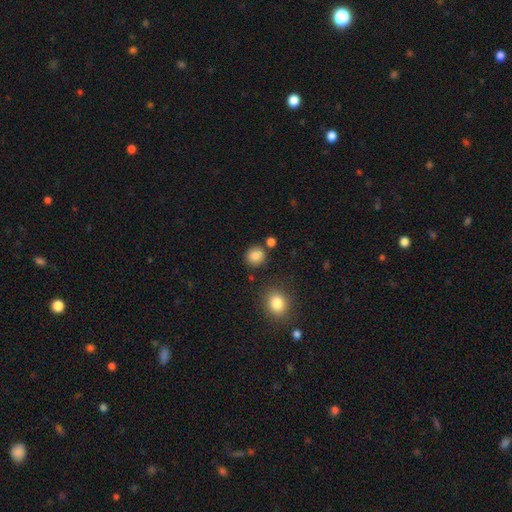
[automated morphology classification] The model was most divided on "how rounded": round: 86%, in between: 14%, cigar-shaped: 1%. More confident: smooth or featured — smooth (85%); merging — none (82%).